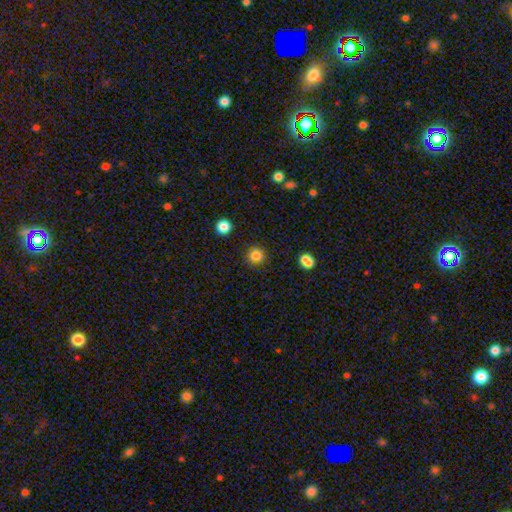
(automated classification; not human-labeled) Overall: smooth (83%). How rounded: round (94%). Merging: none (89%).